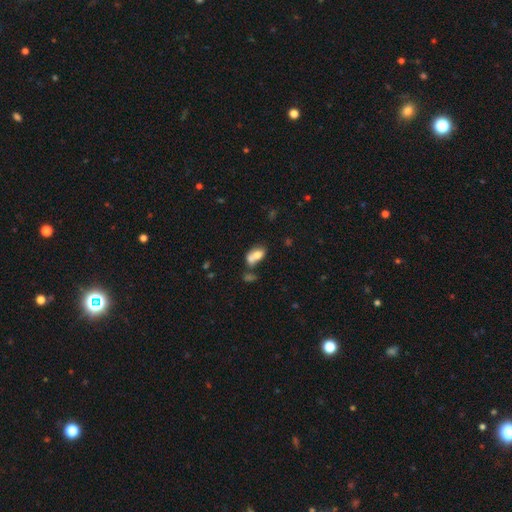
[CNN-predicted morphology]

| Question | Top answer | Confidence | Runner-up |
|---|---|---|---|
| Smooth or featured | smooth | 70% | featured or disk (20%) |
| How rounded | in between | 79% | round (19%) |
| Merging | merger | 61% | none (23%) |